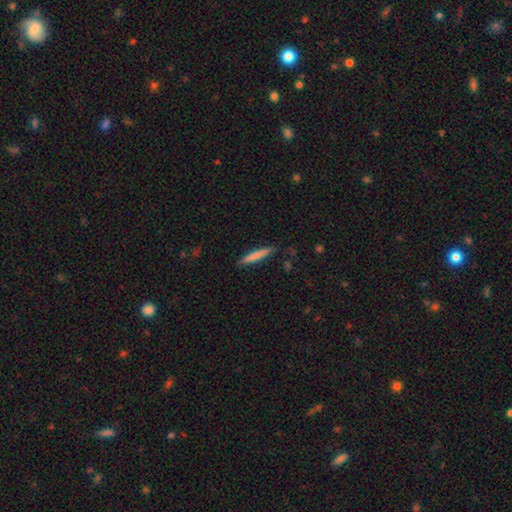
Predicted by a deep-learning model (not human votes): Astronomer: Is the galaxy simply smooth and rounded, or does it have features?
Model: smooth — 77%.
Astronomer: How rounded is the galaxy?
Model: cigar-shaped — 93%.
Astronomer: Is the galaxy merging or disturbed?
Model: none — 87%.